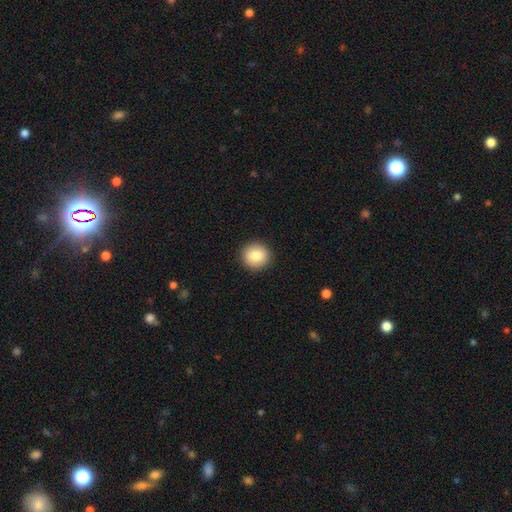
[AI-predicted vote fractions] A smooth galaxy with no disk features (84%) that is round (91%). Merging: none (92%).